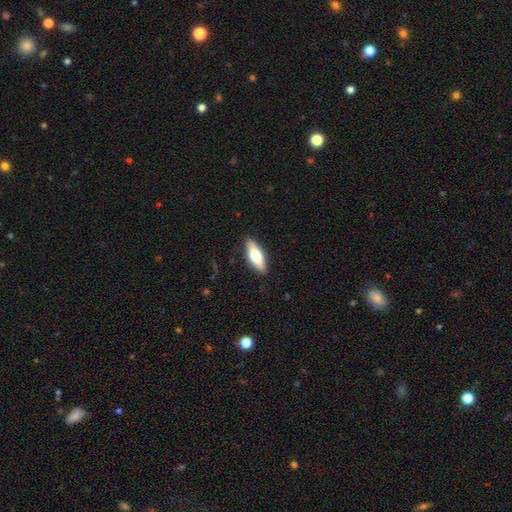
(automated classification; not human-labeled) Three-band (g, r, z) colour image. It shows a smooth galaxy with no disk features (60%) that is in between round and cigar-shaped (63%). Merging: none (88%).